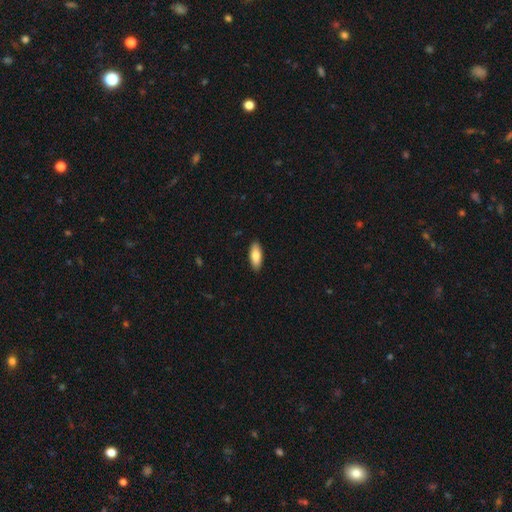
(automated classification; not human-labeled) The model was most divided on "how rounded": in between: 79%, cigar-shaped: 19%, round: 2%. More confident: merging — none (90%); smooth or featured — smooth (82%).